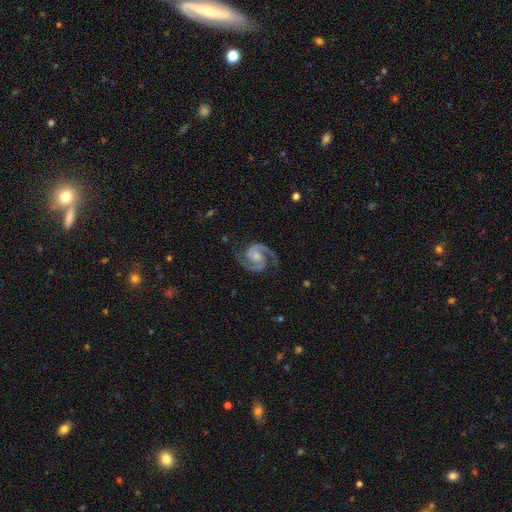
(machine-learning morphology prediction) featured or disk 93%, star or artifact 4%, smooth 3%. Down the decision tree: edge-on disk — no (98%); bar — no (59%); spiral arms — yes (99%); spiral arm count — 2 (95%); spiral winding — medium (58%); bulge size — moderate (43%); merging — none (82%).